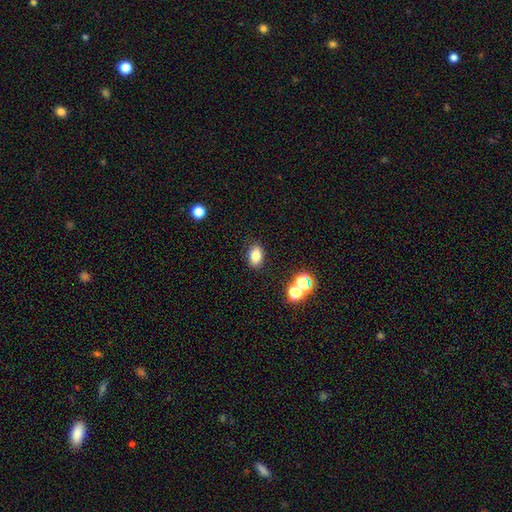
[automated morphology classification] Q: Smooth or featured?
A: smooth (79%); runner-up: star or artifact (13%)
Q: How rounded?
A: in between (84%); runner-up: round (14%)
Q: Merging?
A: none (85%); runner-up: minor disturbance (9%)